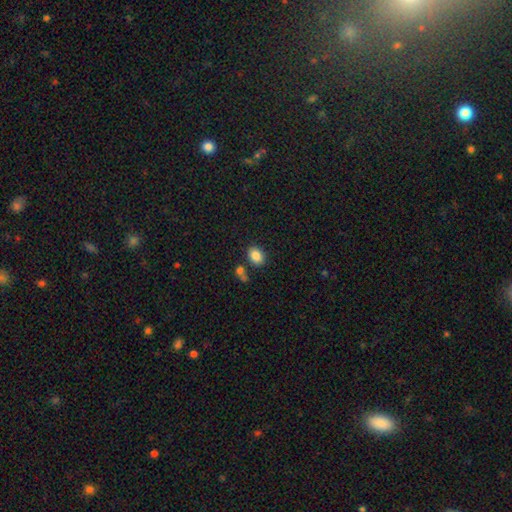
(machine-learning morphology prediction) Smooth or featured?
  - smooth: 86% *
  - star or artifact: 9%
  - featured or disk: 5%
How rounded?
  - in between: 71% *
  - round: 28%
  - cigar-shaped: 1%
Merging?
  - none: 75% *
  - minor disturbance: 11%
  - merger: 10%
  - major disturbance: 4%